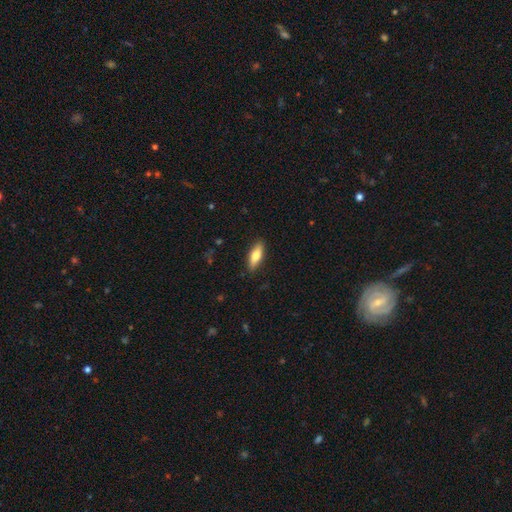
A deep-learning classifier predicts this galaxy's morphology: This appears to be a smooth galaxy with no disk features (73%) that is in between round and cigar-shaped (62%). Merging: none (87%).